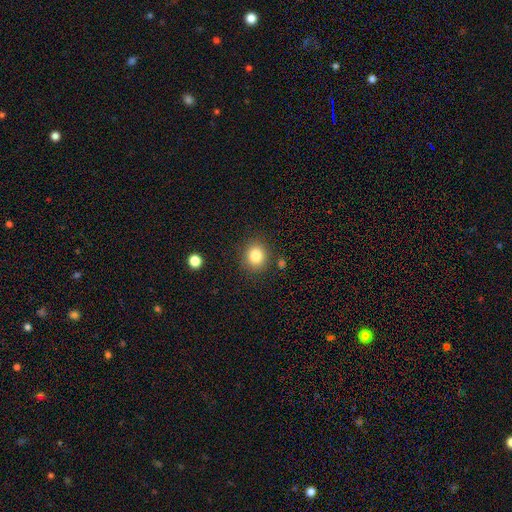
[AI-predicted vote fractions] Overall: smooth (83%). How rounded: round (79%). Merging: none (86%).